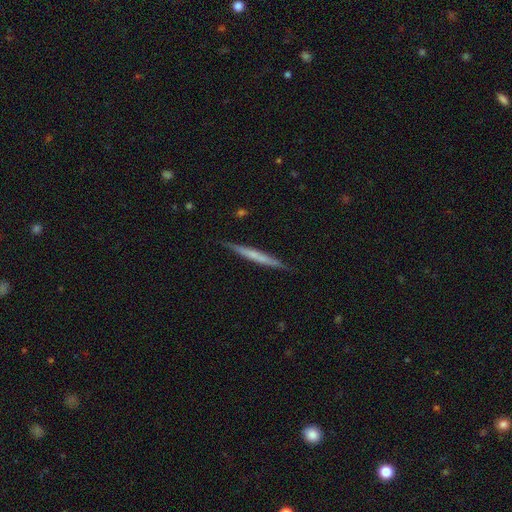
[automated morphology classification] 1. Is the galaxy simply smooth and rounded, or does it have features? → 48% featured or disk, 46% smooth, 6% star or artifact.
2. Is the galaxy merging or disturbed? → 89% none, 8% minor disturbance, 1% major disturbance, 1% merger.